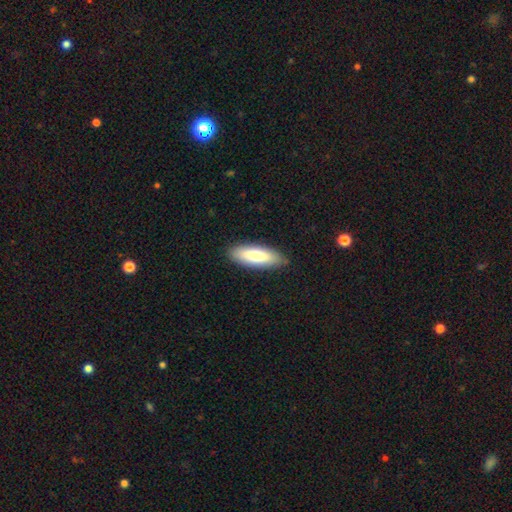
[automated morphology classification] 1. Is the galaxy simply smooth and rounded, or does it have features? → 79% smooth, 16% featured or disk, 6% star or artifact.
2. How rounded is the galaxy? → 61% in between, 38% cigar-shaped, 2% round.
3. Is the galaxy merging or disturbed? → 86% none, 11% minor disturbance, 2% major disturbance, 1% merger.